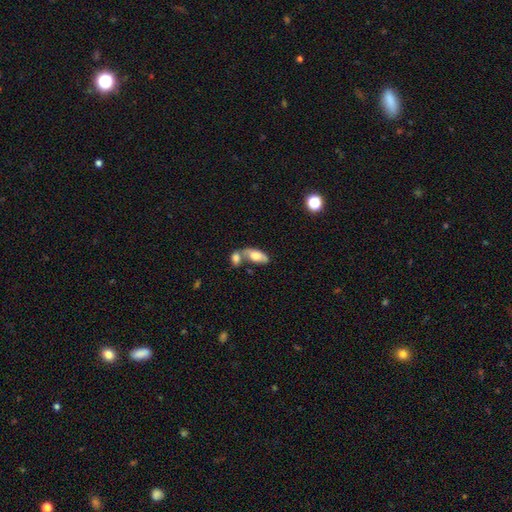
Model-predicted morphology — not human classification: type=smooth (67%); roundness=in between (86%); merging=merger (51%).